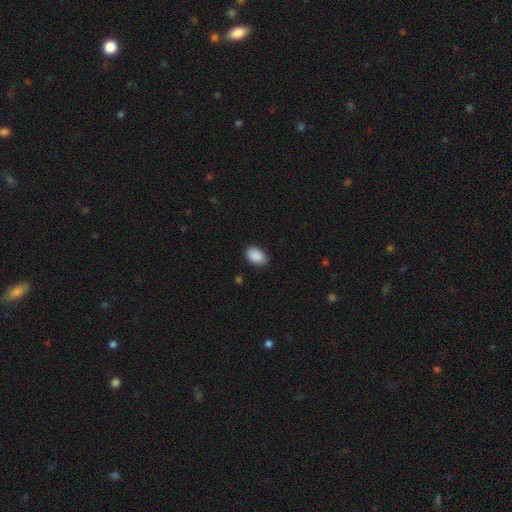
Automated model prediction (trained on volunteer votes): Overall: smooth (91%). How rounded: in between (88%). Merging: none (87%).